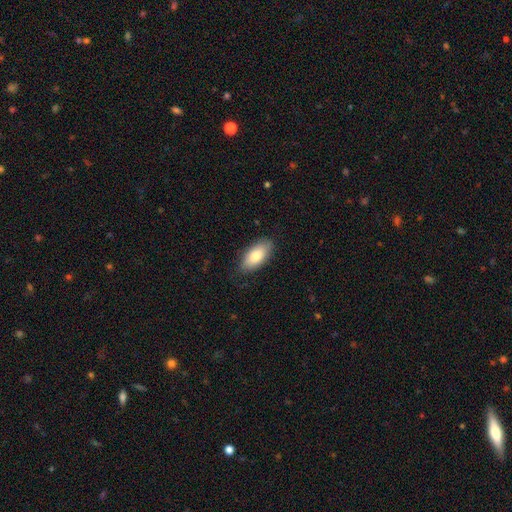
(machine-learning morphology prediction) type=smooth (80%); roundness=in between (90%); merging=none (83%).